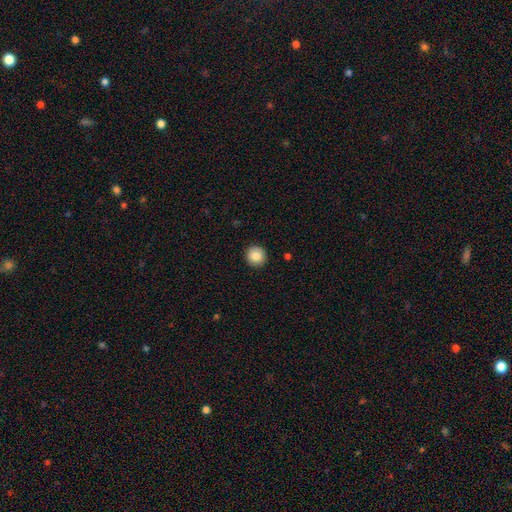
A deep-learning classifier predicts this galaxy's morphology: A smooth galaxy with no disk features (87%) that is round (95%).

Vote fractions:
- Smooth or featured? smooth: 87% / star or artifact: 8% / featured or disk: 5%
- How rounded? round: 95% / in between: 4% / cigar-shaped: 1%
- Merging? none: 92% / minor disturbance: 5% / major disturbance: 2% / merger: 1%